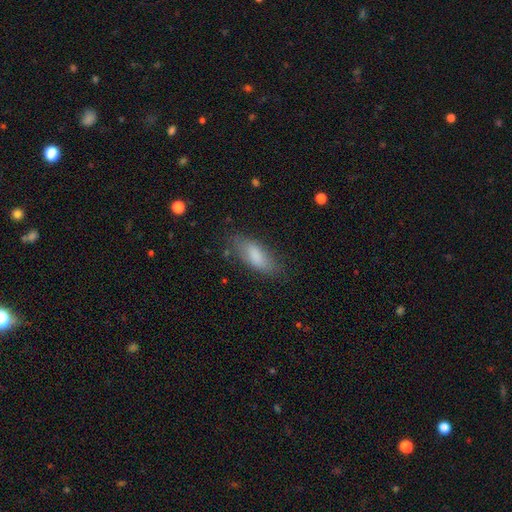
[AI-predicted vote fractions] The model was most divided on "merging": none: 71%, minor disturbance: 20%, major disturbance: 6%, merger: 2%. More confident: smooth or featured — smooth (80%); how rounded — in between (76%).